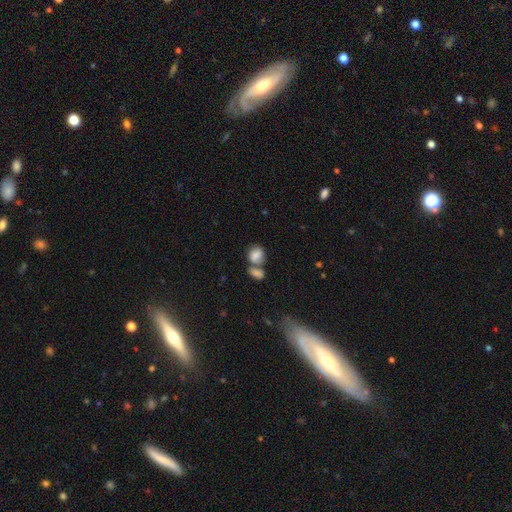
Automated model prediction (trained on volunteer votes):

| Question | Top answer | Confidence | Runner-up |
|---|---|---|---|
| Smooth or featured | smooth | 79% | featured or disk (12%) |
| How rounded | round | 50% | in between (48%) |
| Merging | merger | 50% | none (33%) |